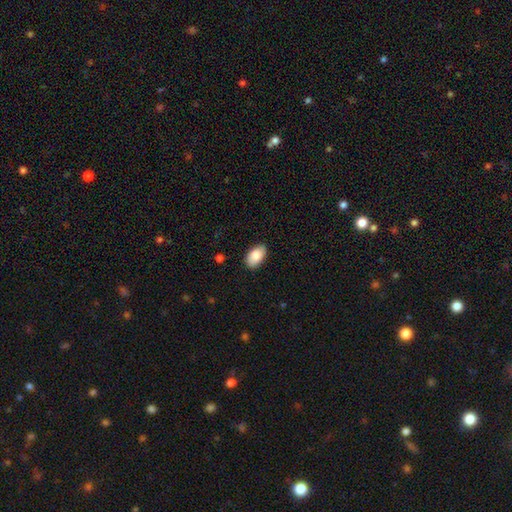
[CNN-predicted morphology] Smooth or featured: smooth — 86% (featured or disk — 8%)
How rounded: in between — 95% (round — 4%)
Merging: none — 86% (minor disturbance — 11%)